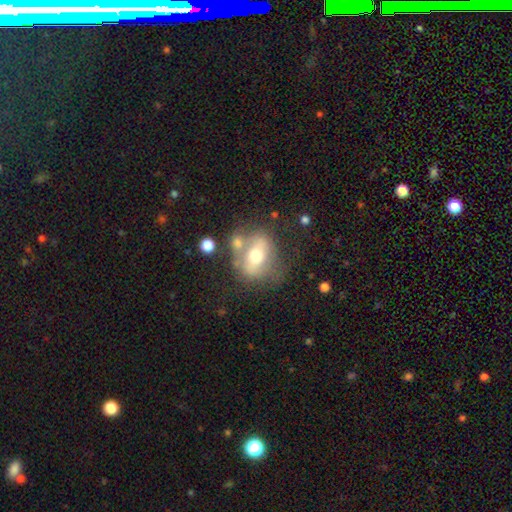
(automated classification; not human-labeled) This is possibly a featured or disk galaxy (50%). Merging: possibly none (51%).